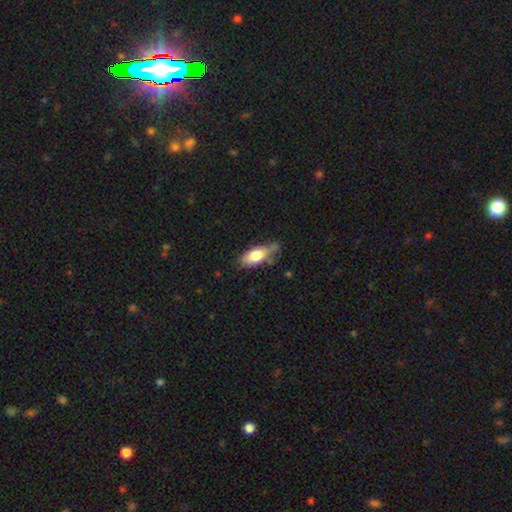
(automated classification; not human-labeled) A smooth galaxy with no disk features (73%) that is in between round and cigar-shaped (74%).

Vote fractions:
- Smooth or featured? smooth: 73% / featured or disk: 21% / star or artifact: 6%
- How rounded? in between: 74% / cigar-shaped: 24% / round: 3%
- Merging? none: 55% / minor disturbance: 33% / major disturbance: 8% / merger: 5%